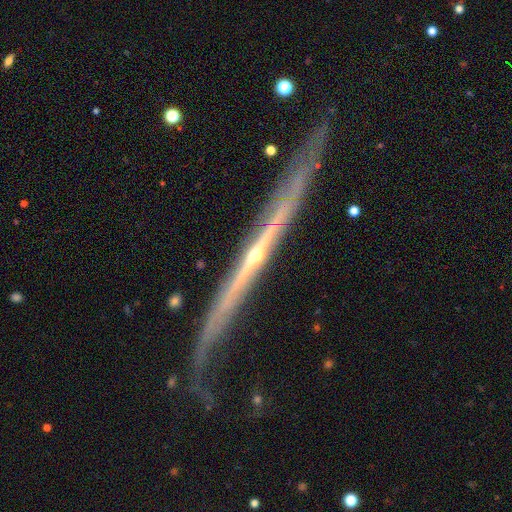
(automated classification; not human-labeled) A featured or disk galaxy (86%) viewed edge-on (96%) with a rounded central bulge (69%).

Vote fractions:
- Smooth or featured? featured or disk: 86% / smooth: 9% / star or artifact: 5%
- Edge-on disk? yes: 96% / no: 4%
- Edge-on bulge? rounded: 69% / none: 28% / boxy: 3%
- Merging? none: 75% / minor disturbance: 18% / major disturbance: 4% / merger: 3%